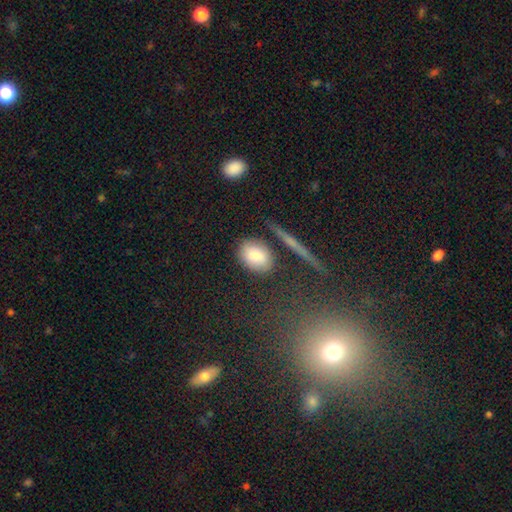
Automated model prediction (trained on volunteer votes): This appears to be a smooth galaxy with no disk features (83%) that is in between round and cigar-shaped (66%). Merging: none (73%).